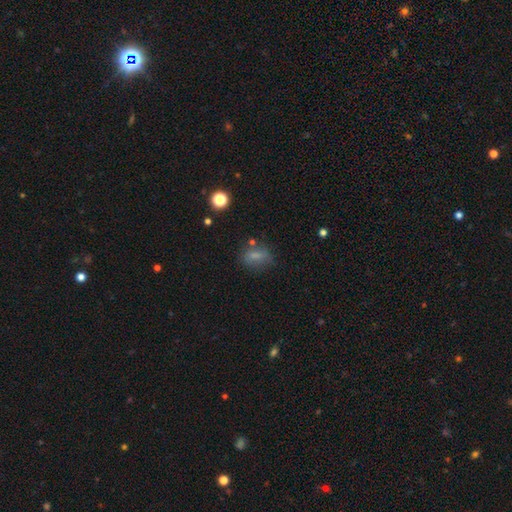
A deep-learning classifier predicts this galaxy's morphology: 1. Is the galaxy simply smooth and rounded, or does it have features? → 69% smooth, 17% featured or disk, 15% star or artifact.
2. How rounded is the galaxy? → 68% in between, 25% round, 7% cigar-shaped.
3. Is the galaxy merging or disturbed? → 61% none, 22% minor disturbance, 10% major disturbance, 6% merger.